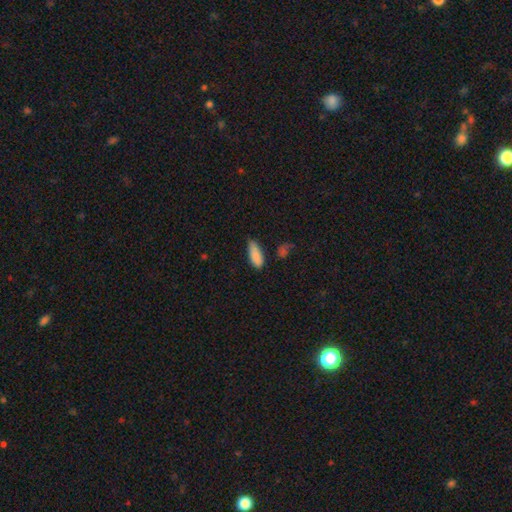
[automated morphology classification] Smooth or featured? Predicted: smooth (p=0.87). How rounded? Predicted: in between (p=0.74). Merging? Predicted: none (p=0.62).